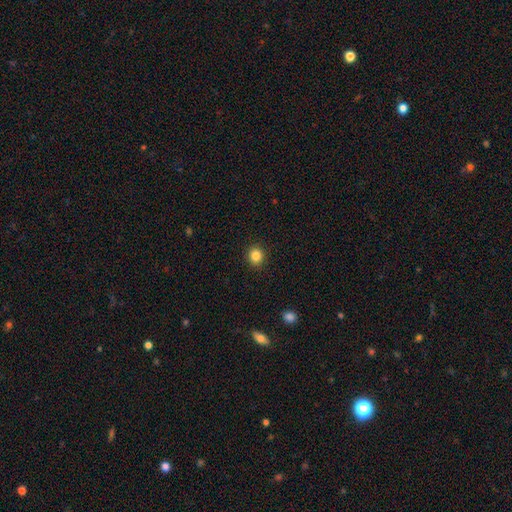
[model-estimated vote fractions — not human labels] Smooth or featured? Predicted: smooth (p=0.85). How rounded? Predicted: round (p=0.84). Merging? Predicted: none (p=0.92).